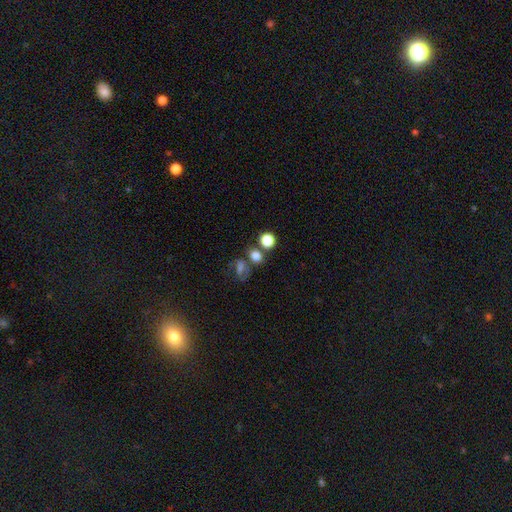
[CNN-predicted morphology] type=smooth (70%); roundness=round (66%); merging=none (53%).